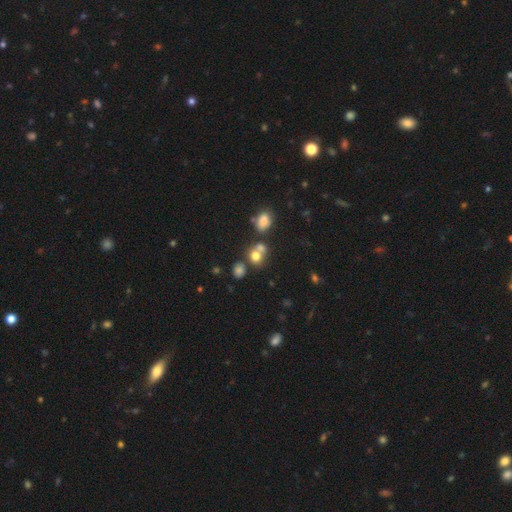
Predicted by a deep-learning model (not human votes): Q: Smooth or featured?
A: smooth (73%); runner-up: star or artifact (16%)
Q: How rounded?
A: round (72%); runner-up: in between (27%)
Q: Merging?
A: none (45%); runner-up: merger (40%)